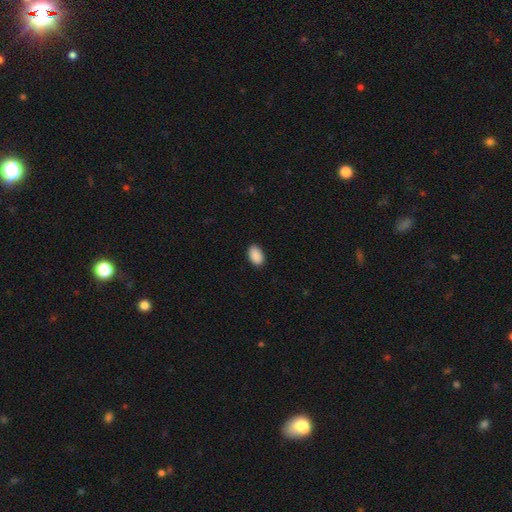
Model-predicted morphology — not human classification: smooth-or-featured: smooth: 91% | star or artifact: 7% | featured or disk: 2%
  how-rounded: in between: 92% | round: 7% | cigar-shaped: 1%
  merging: none: 89% | minor disturbance: 9% | major disturbance: 2% | merger: 1%